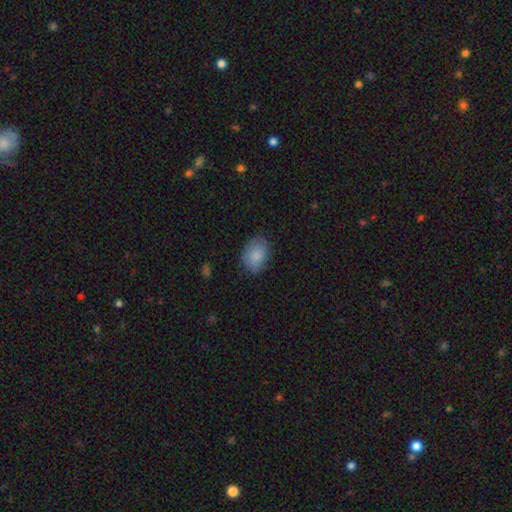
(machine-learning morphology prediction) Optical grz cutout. It shows a smooth galaxy with no disk features (86%) that is in between round and cigar-shaped (76%). Merging: none (77%).